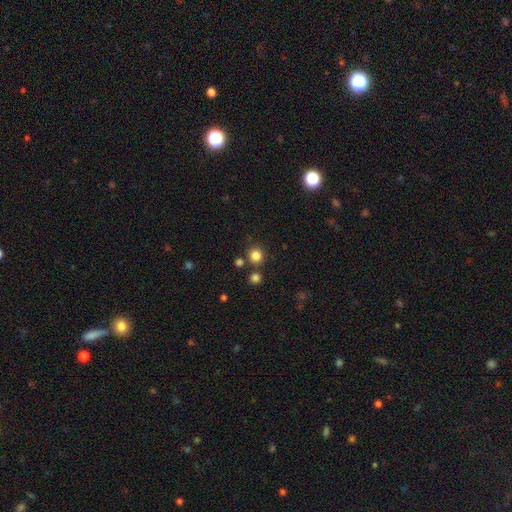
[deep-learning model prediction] This appears to be a smooth galaxy with no disk features (83%) that is round (90%). Merging: none (80%).